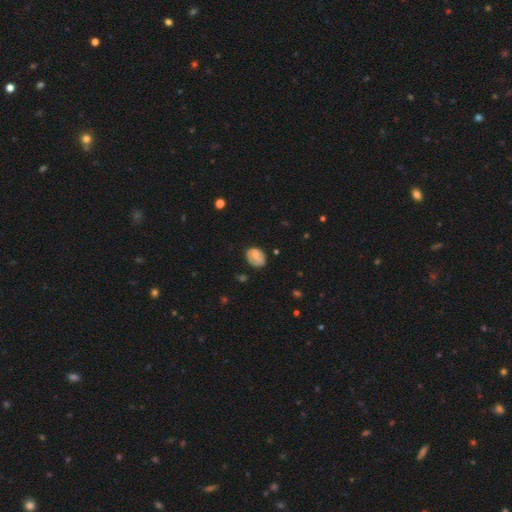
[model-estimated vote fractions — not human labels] A smooth galaxy with no disk features (55%) that is in between round and cigar-shaped (56%). Merging: none (67%).